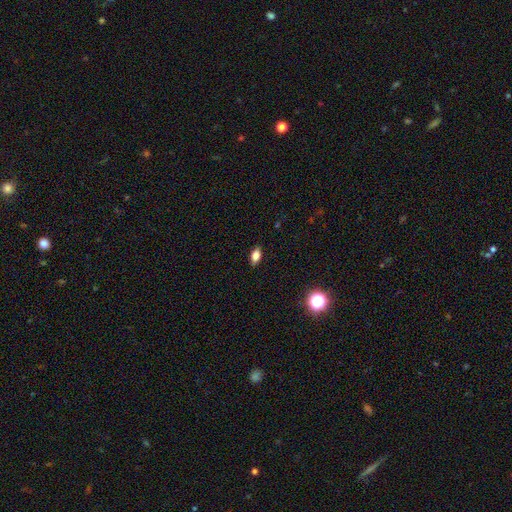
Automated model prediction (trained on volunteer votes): This appears to be a smooth galaxy with no disk features (75%) that is in between round and cigar-shaped (85%). Merging: none (88%).